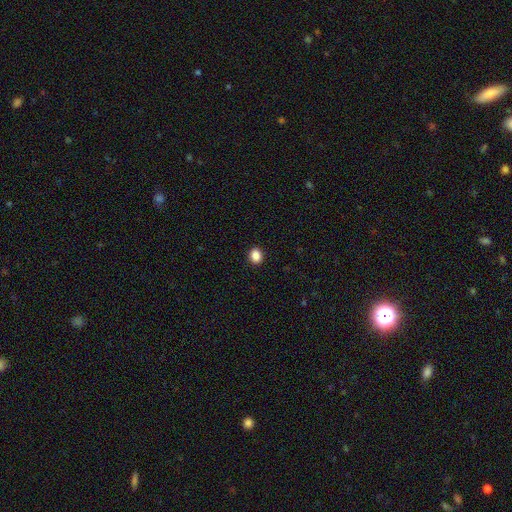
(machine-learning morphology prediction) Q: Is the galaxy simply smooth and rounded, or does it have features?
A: smooth — 88%.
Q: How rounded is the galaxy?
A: round — 56%.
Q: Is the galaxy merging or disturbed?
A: none — 92%.